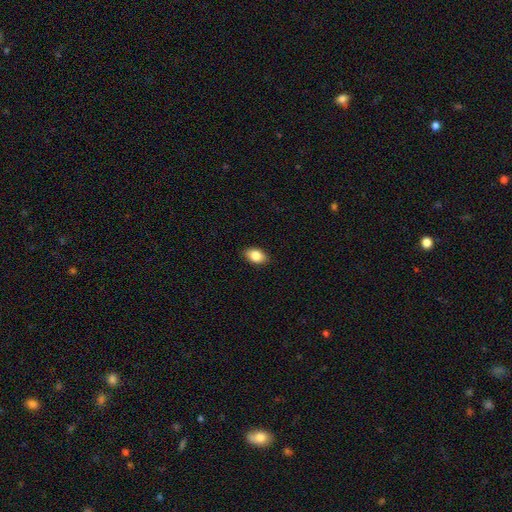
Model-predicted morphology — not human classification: A smooth galaxy with no disk features (85%) that is in between round and cigar-shaped (89%). Merging: none (89%).